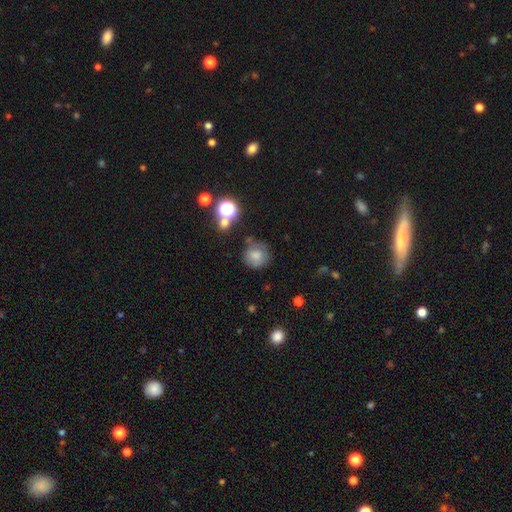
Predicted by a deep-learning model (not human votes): Q: Smooth or featured?
A: smooth (75%); runner-up: star or artifact (13%)
Q: How rounded?
A: round (88%); runner-up: in between (11%)
Q: Merging?
A: none (65%); runner-up: minor disturbance (20%)